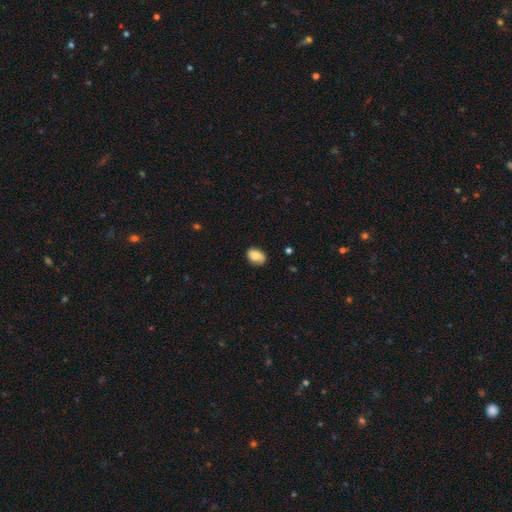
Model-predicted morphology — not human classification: smooth_or_featured: smooth (p=0.63) [alt: featured or disk p=0.28]
how_rounded: in between (p=0.73) [alt: round p=0.26]
merging: none (p=0.70) [alt: minor disturbance p=0.22]